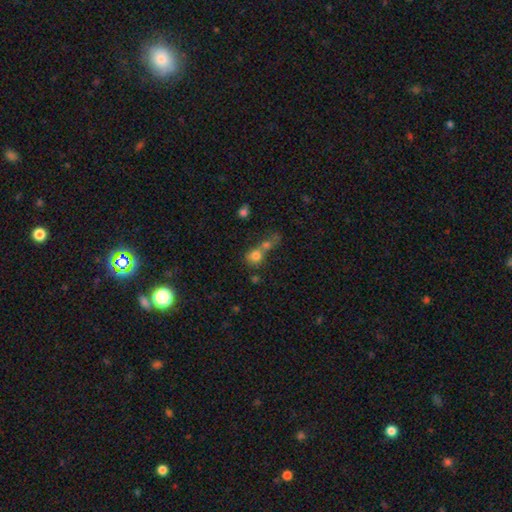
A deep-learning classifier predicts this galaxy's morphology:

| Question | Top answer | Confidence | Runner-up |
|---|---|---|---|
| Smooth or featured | smooth | 75% | star or artifact (13%) |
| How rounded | round | 78% | in between (20%) |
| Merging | merger | 59% | none (29%) |